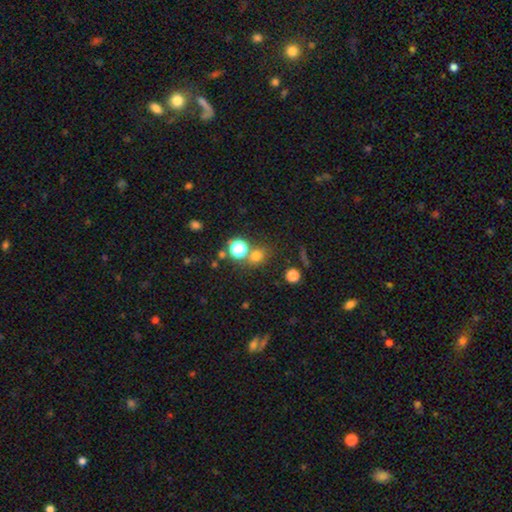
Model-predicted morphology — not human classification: type=smooth (68%); roundness=round (81%); merging=none (68%).